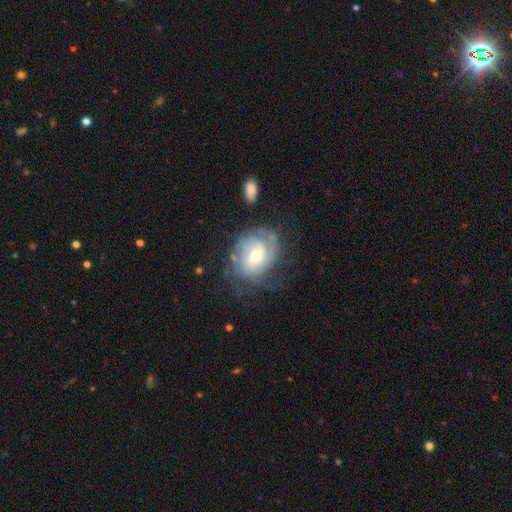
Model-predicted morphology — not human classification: Smooth or featured: featured or disk — 76% (smooth — 18%)
Edge-on disk: no — 97% (yes — 3%)
Bar: no — 50% (weak — 41%)
Spiral arms: yes — 89% (no — 11%)
Spiral winding: tight — 58% (medium — 30%)
Spiral arm count: can't tell — 43% (2 — 27%)
Bulge size: moderate — 49% (small — 46%)
Merging: none — 57% (minor disturbance — 23%)